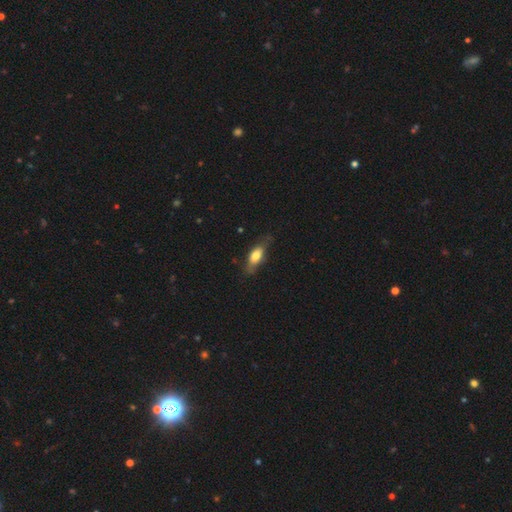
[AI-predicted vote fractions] smooth 69%, featured or disk 25%, star or artifact 7%. Down the decision tree: how rounded — in between (71%); merging — none (65%).